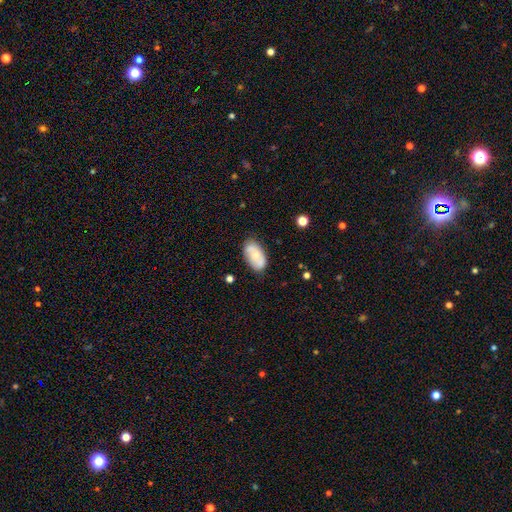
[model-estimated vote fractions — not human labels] Smooth or featured?
  - smooth: 62% *
  - featured or disk: 31%
  - star or artifact: 7%
How rounded?
  - in between: 94% *
  - round: 4%
  - cigar-shaped: 2%
Merging?
  - none: 70% *
  - minor disturbance: 21%
  - major disturbance: 5%
  - merger: 5%